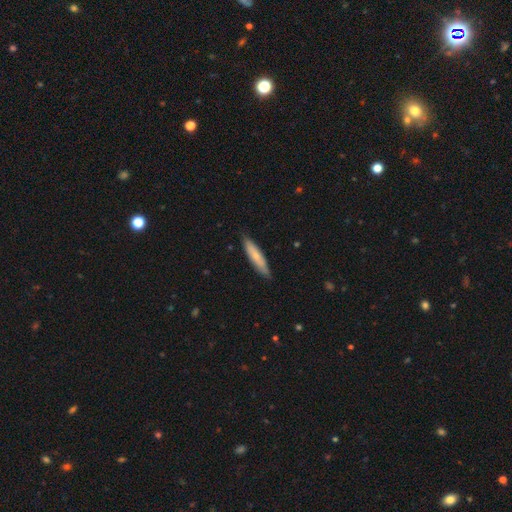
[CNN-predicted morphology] Q: Smooth or featured?
A: smooth (66%); runner-up: featured or disk (28%)
Q: How rounded?
A: cigar-shaped (82%); runner-up: in between (16%)
Q: Merging?
A: none (84%); runner-up: minor disturbance (13%)